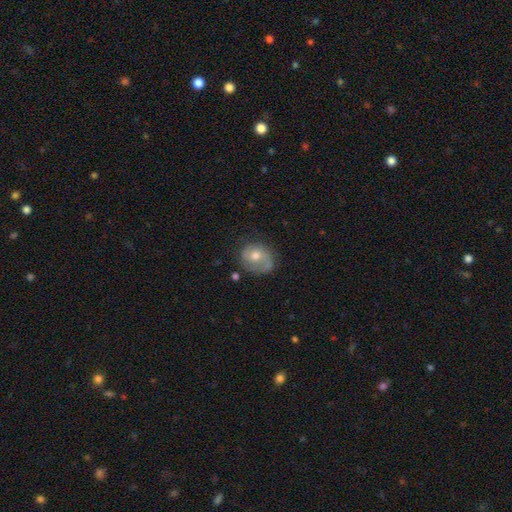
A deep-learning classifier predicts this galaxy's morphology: The model was most divided on "smooth or featured": featured or disk: 49%, smooth: 42%, star or artifact: 9%. More confident: merging — none (56%).